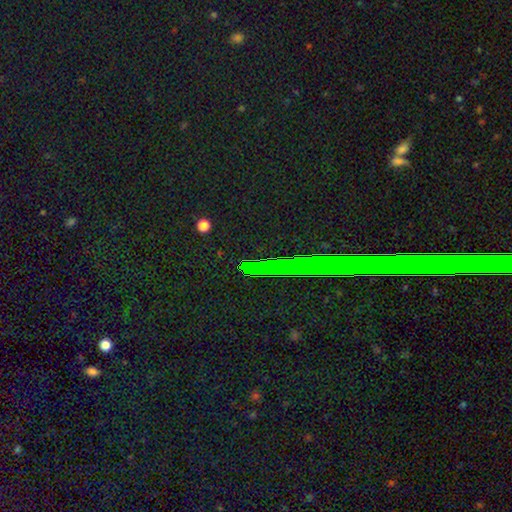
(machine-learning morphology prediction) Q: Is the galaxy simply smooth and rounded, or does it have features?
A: star or artifact — 83%.